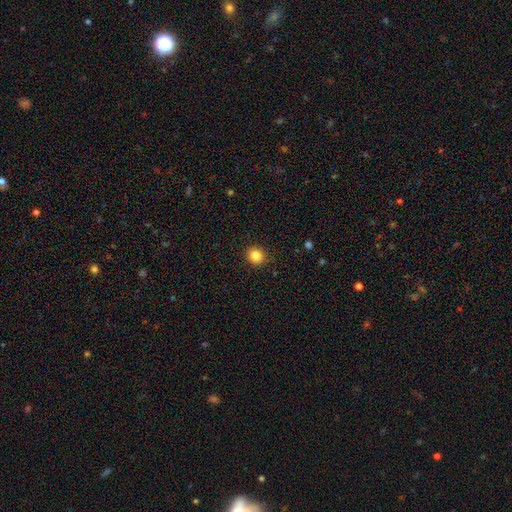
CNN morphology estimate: This appears to be a smooth galaxy with no disk features (85%) that is round (80%). Merging: none (90%).